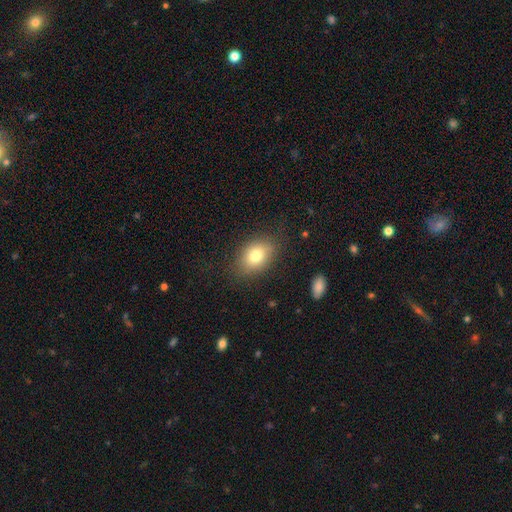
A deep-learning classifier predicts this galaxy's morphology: A smooth galaxy with no disk features (77%) that is in between round and cigar-shaped (78%).

Vote fractions:
- Smooth or featured? smooth: 77% / featured or disk: 13% / star or artifact: 10%
- How rounded? in between: 78% / round: 21% / cigar-shaped: 1%
- Merging? none: 80% / minor disturbance: 14% / major disturbance: 5% / merger: 1%